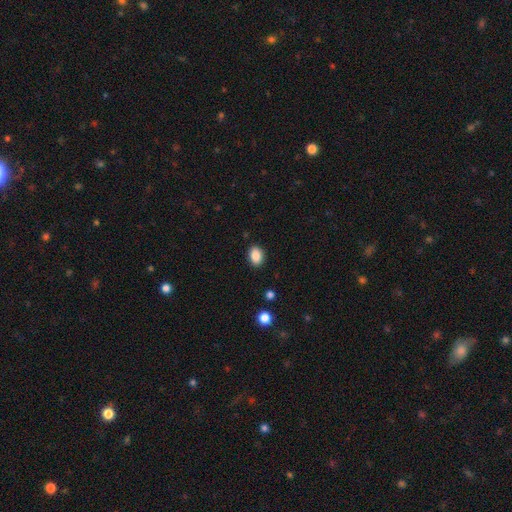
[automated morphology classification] Smooth or featured?
  - smooth: 88% *
  - star or artifact: 8%
  - featured or disk: 3%
How rounded?
  - in between: 81% *
  - round: 18%
  - cigar-shaped: 1%
Merging?
  - none: 88% *
  - minor disturbance: 8%
  - major disturbance: 2%
  - merger: 1%